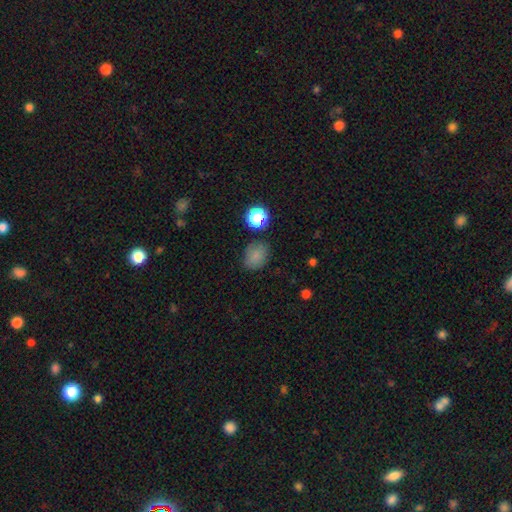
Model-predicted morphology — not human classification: smooth 78%, star or artifact 15%, featured or disk 7%. Down the decision tree: how rounded — round (51%); merging — none (77%).